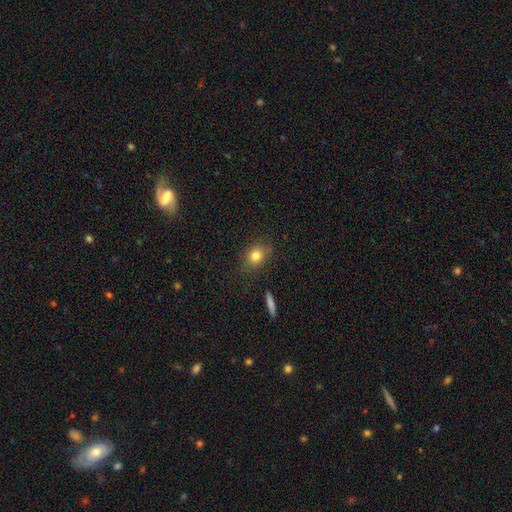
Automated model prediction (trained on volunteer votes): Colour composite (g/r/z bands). It shows a smooth galaxy with no disk features (80%) that is round (58%). Merging: none (80%).